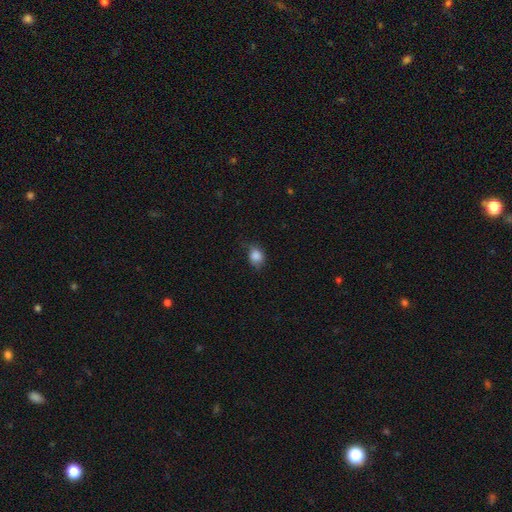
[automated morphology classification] Q: Smooth or featured?
A: smooth (86%); runner-up: star or artifact (9%)
Q: How rounded?
A: in between (51%); runner-up: round (47%)
Q: Merging?
A: none (59%); runner-up: minor disturbance (31%)